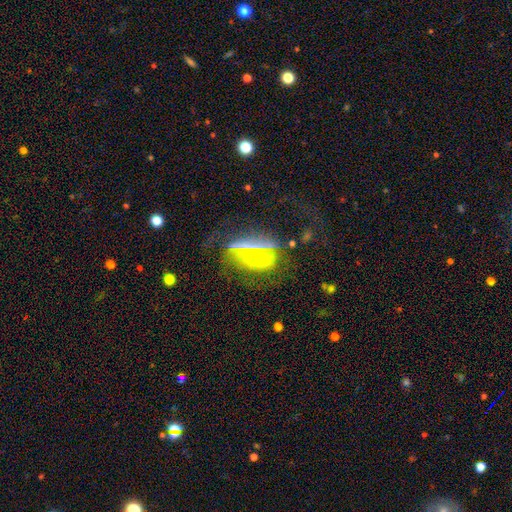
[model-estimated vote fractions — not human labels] Q: Smooth or featured?
A: smooth (38%); tied with: featured or disk (38%)
Q: Merging?
A: none (58%); runner-up: minor disturbance (23%)